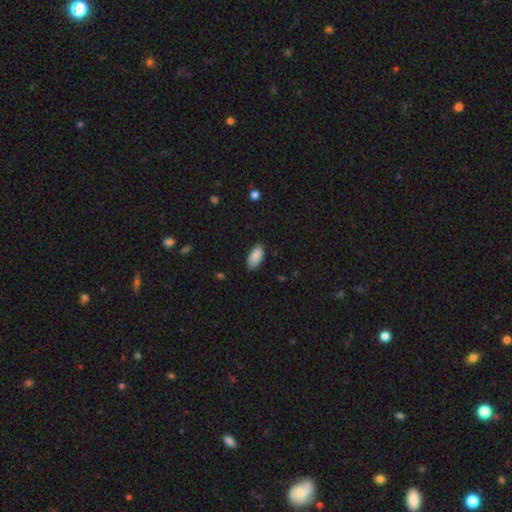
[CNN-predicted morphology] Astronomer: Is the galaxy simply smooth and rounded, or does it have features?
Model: smooth — 89%.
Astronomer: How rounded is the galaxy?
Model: in between — 92%.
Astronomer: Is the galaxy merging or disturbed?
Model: none — 79%.